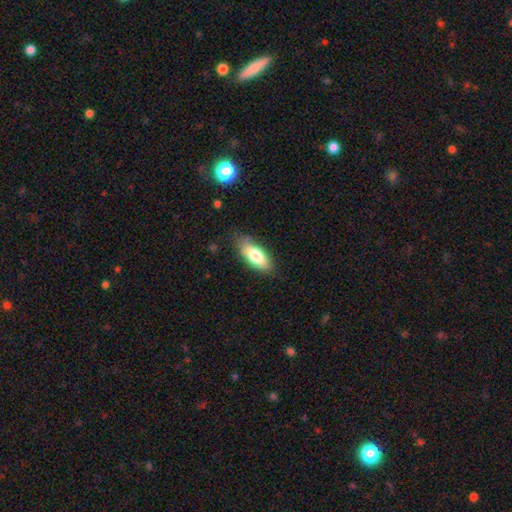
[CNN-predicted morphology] Q: Smooth or featured?
A: smooth (76%); runner-up: featured or disk (17%)
Q: How rounded?
A: in between (80%); runner-up: cigar-shaped (18%)
Q: Merging?
A: none (77%); runner-up: minor disturbance (18%)